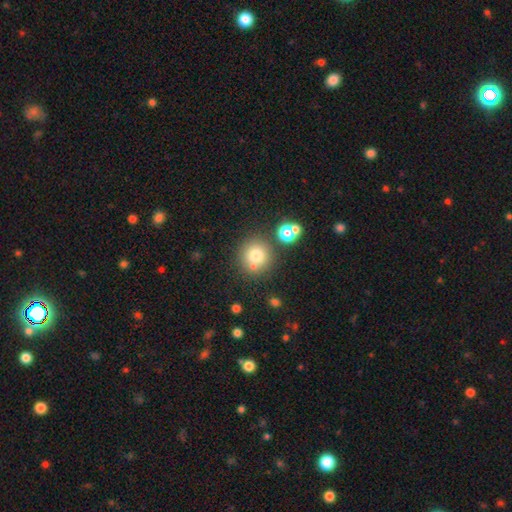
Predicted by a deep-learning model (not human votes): smooth_or_featured: smooth (p=0.75) [alt: star or artifact p=0.13]
how_rounded: round (p=0.92) [alt: in between p=0.07]
merging: none (p=0.71) [alt: merger p=0.15]